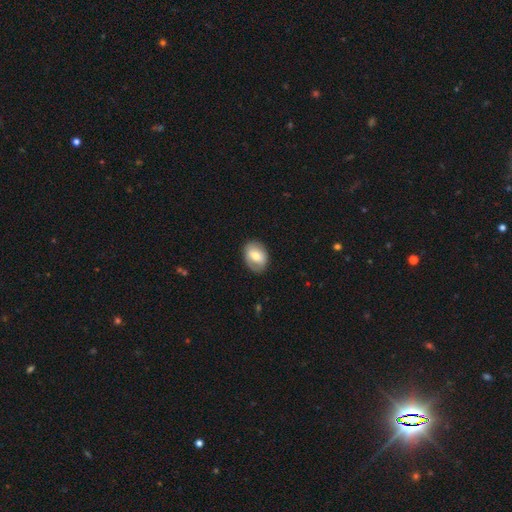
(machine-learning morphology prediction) A smooth galaxy with no disk features (58%) that is in between round and cigar-shaped (70%). Merging: none (81%).